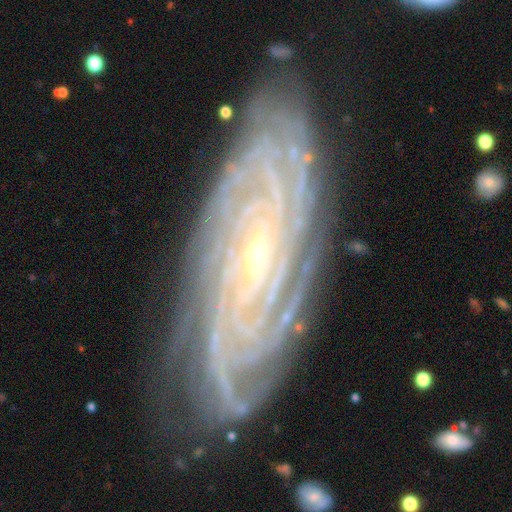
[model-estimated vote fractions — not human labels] featured or disk 90%, star or artifact 5%, smooth 5%. Down the decision tree: edge-on disk — no (93%); bar — no (53%); spiral arms — yes (98%); spiral arm count — more than 4 (28%); spiral winding — tight (84%); bulge size — small (80%); merging — none (81%).